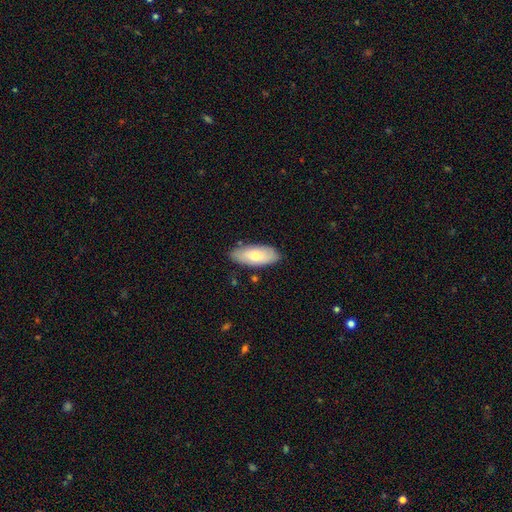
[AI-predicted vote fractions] smooth-or-featured: smooth: 71% | featured or disk: 23% | star or artifact: 6%
  how-rounded: in between: 86% | cigar-shaped: 12% | round: 2%
  merging: none: 82% | minor disturbance: 14% | major disturbance: 2% | merger: 2%